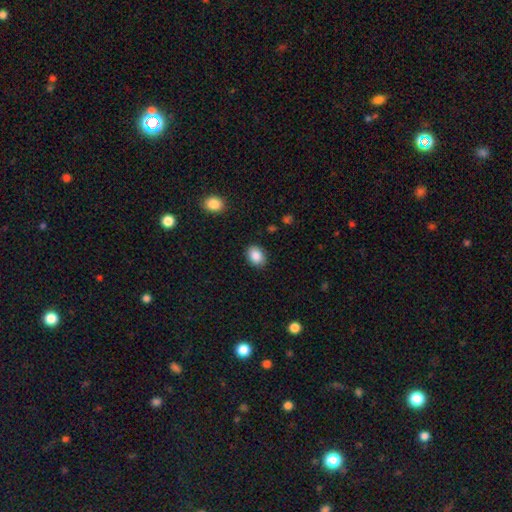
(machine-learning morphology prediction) smooth-or-featured: smooth: 88% | star or artifact: 8% | featured or disk: 4%
  how-rounded: in between: 65% | round: 34% | cigar-shaped: 1%
  merging: none: 87% | minor disturbance: 10% | major disturbance: 2% | merger: 1%